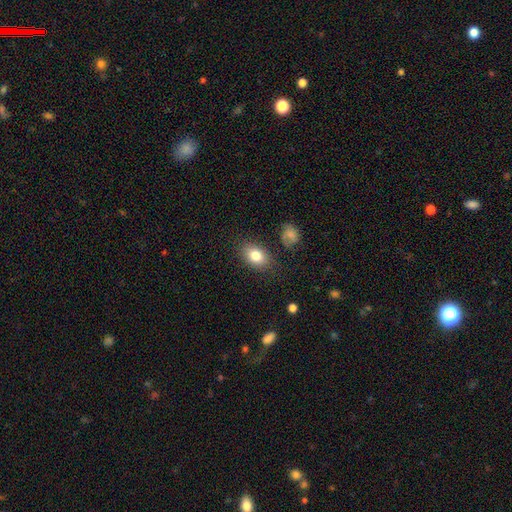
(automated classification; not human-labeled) This appears to be a smooth galaxy with no disk features (81%) that is in between round and cigar-shaped (81%). Merging: none (82%).